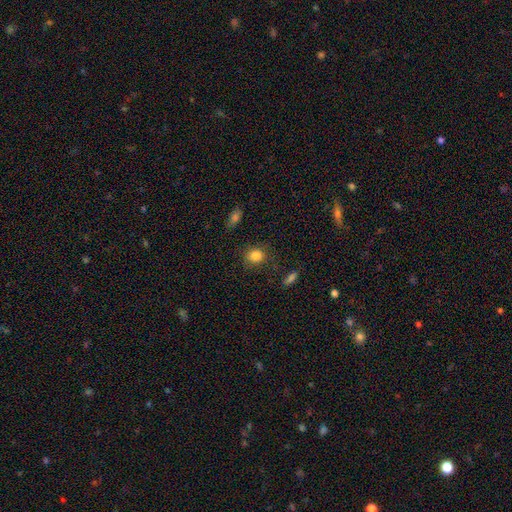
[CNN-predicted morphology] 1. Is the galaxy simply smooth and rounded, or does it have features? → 84% smooth, 10% star or artifact, 6% featured or disk.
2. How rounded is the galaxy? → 72% round, 27% in between, 1% cigar-shaped.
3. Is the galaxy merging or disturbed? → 82% none, 12% minor disturbance, 4% major disturbance, 2% merger.